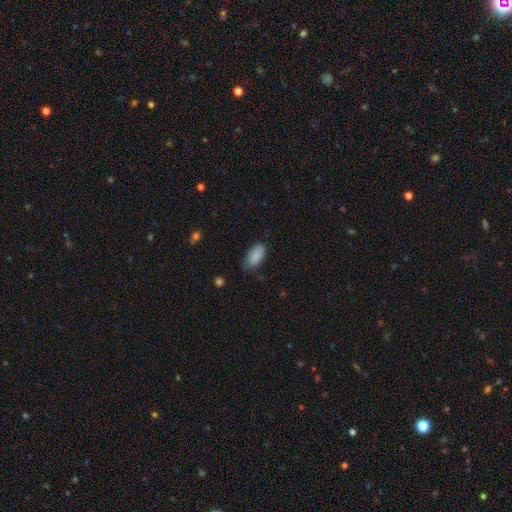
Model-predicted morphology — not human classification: Smooth or featured? Predicted: smooth (p=0.89). How rounded? Predicted: in between (p=0.93). Merging? Predicted: none (p=0.73).